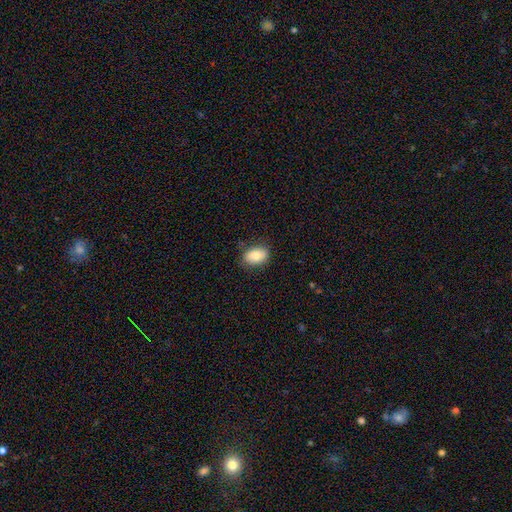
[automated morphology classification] A smooth galaxy with no disk features (81%) that is in between round and cigar-shaped (83%). Merging: none (81%).